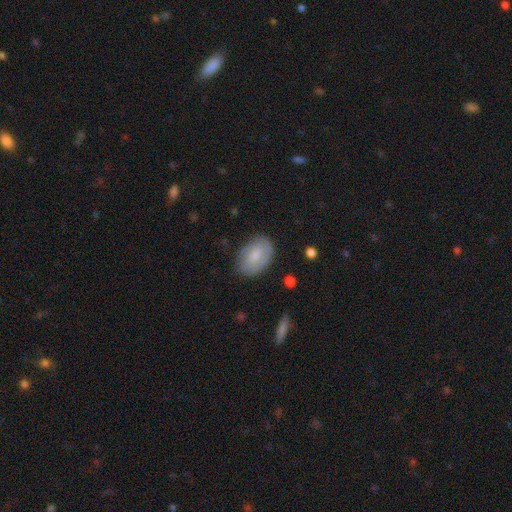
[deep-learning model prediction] Smooth or featured?
  - smooth: 70% *
  - featured or disk: 24%
  - star or artifact: 6%
How rounded?
  - in between: 86% *
  - round: 13%
  - cigar-shaped: 1%
Merging?
  - none: 79% *
  - minor disturbance: 17%
  - major disturbance: 3%
  - merger: 1%